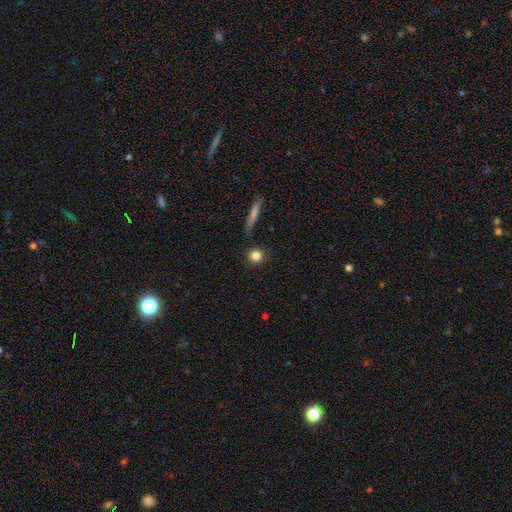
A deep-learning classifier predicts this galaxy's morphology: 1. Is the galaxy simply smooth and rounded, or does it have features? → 83% smooth, 10% star or artifact, 7% featured or disk.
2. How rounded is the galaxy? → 90% round, 8% in between, 3% cigar-shaped.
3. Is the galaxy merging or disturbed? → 87% none, 8% minor disturbance, 3% merger, 2% major disturbance.